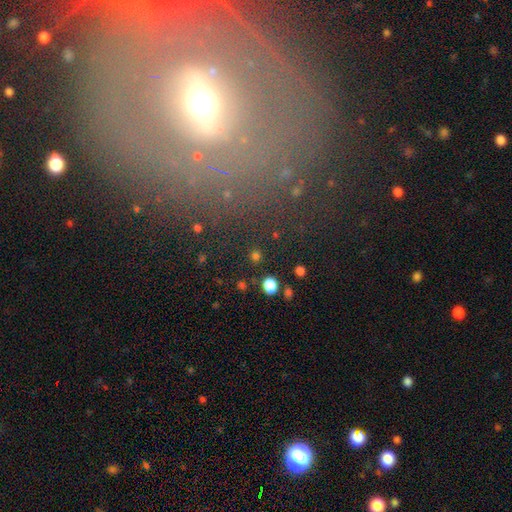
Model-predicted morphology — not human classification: Smooth or featured? Predicted: smooth (p=0.65). How rounded? Predicted: round (p=0.86). Merging? Predicted: none (p=0.88).